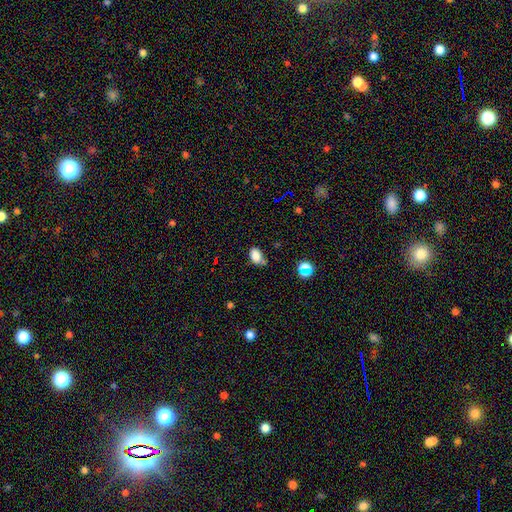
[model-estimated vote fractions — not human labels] This appears to be a smooth galaxy with no disk features (82%) that is in between round and cigar-shaped (86%). Merging: none (64%).